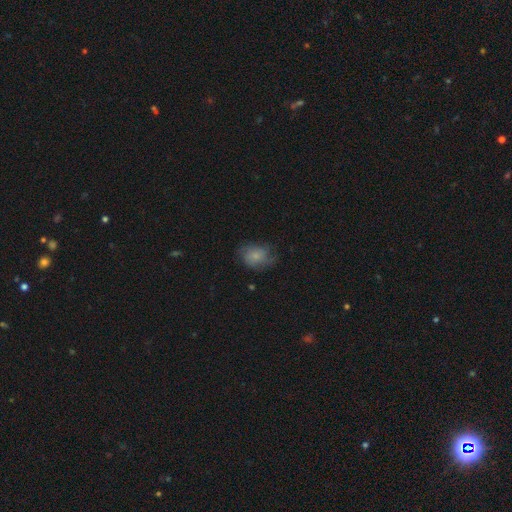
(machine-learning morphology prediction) Smooth or featured? Predicted: smooth (p=0.64). How rounded? Predicted: in between (p=0.57). Merging? Predicted: none (p=0.53).